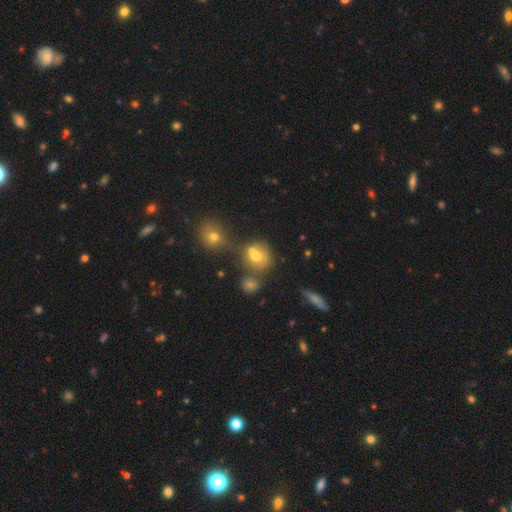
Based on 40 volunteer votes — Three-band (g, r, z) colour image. It shows a smooth galaxy with no disk features (72%) that is round (86%). Merging: none (44%, tied with merger).